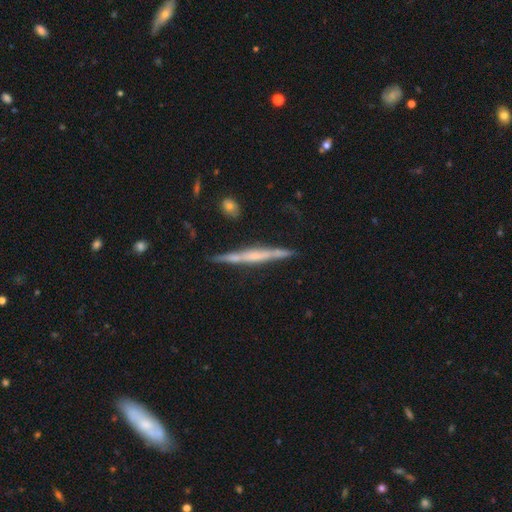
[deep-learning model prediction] Overall: featured or disk (70%). Edge-on disk: yes (97%). Edge-on bulge: none (46%; rounded 36%). Merging: none (84%).